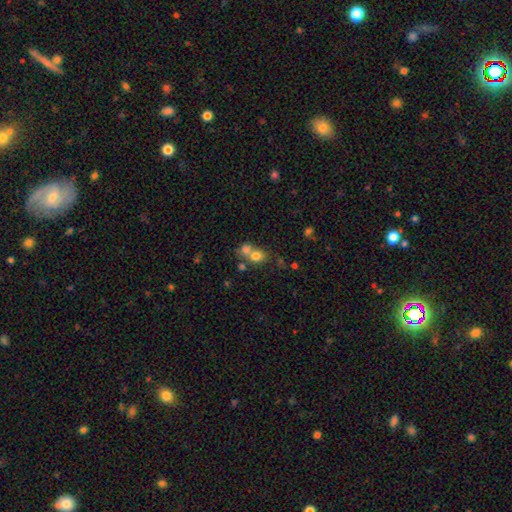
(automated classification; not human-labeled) The model was most divided on "merging": merger: 52%, none: 37%, minor disturbance: 7%, major disturbance: 4%. More confident: smooth or featured — smooth (74%); how rounded — round (61%).